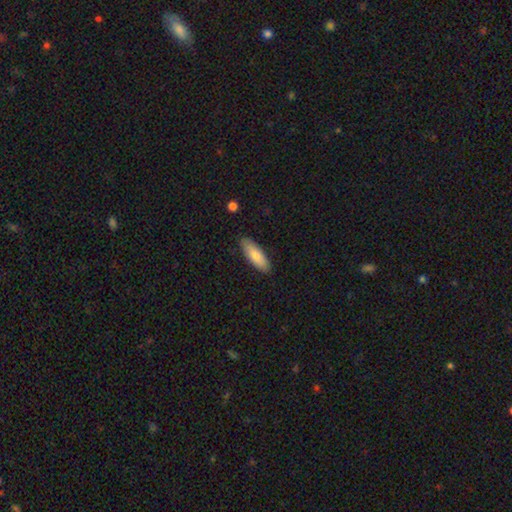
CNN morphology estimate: Q: Smooth or featured?
A: smooth (81%); runner-up: featured or disk (14%)
Q: How rounded?
A: in between (67%); runner-up: cigar-shaped (31%)
Q: Merging?
A: none (86%); runner-up: minor disturbance (11%)